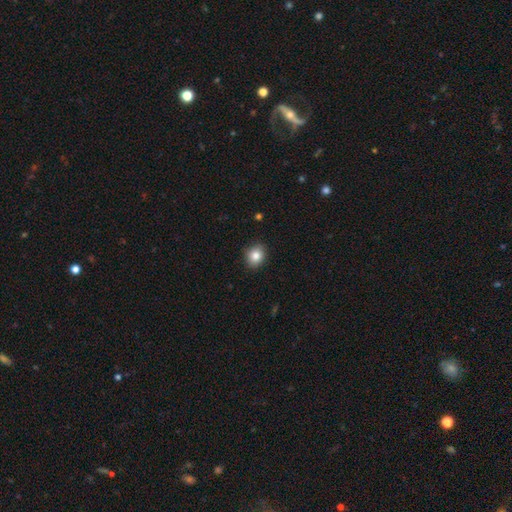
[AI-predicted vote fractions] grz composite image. It shows a smooth galaxy with no disk features (84%) that is round (62%). Merging: none (87%).